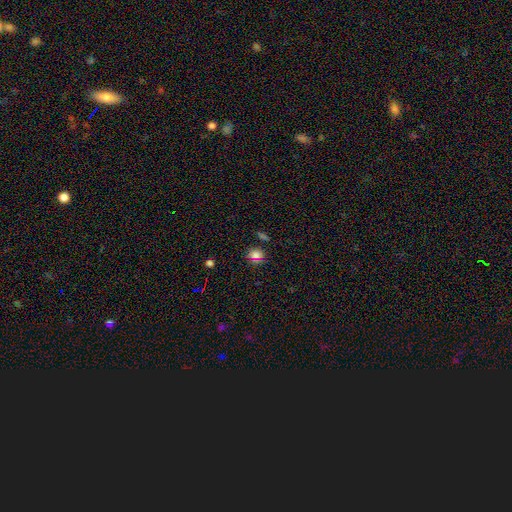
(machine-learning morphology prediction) Overall: smooth (72%). How rounded: round (76%). Merging: none (82%).